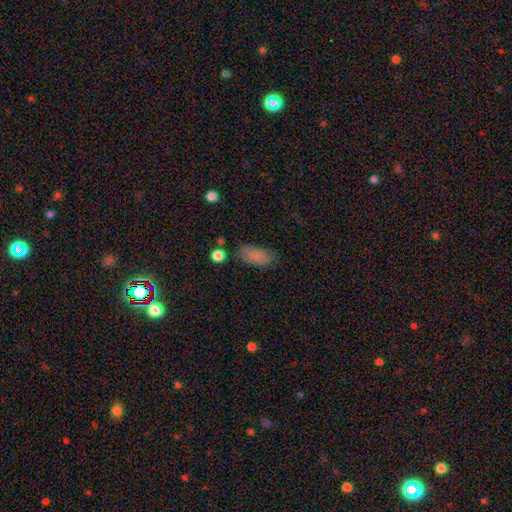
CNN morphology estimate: Smooth or featured: smooth — 84% (star or artifact — 10%)
How rounded: in between — 90% (cigar-shaped — 7%)
Merging: none — 76% (minor disturbance — 16%)